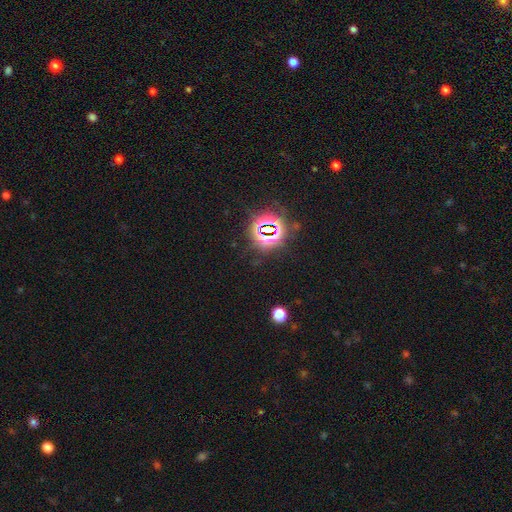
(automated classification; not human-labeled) Morphology: type=star or artifact (82%).